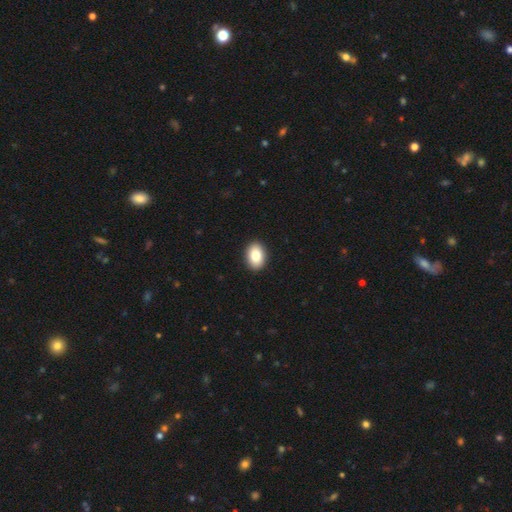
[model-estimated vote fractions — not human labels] Q: Smooth or featured?
A: smooth (83%); runner-up: featured or disk (9%)
Q: How rounded?
A: in between (84%); runner-up: round (15%)
Q: Merging?
A: none (92%); runner-up: minor disturbance (6%)